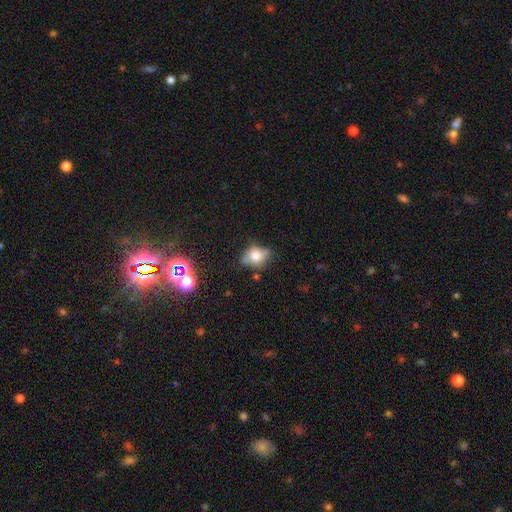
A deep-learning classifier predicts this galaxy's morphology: smooth 66%, featured or disk 22%, star or artifact 12%. Down the decision tree: how rounded — in between (59%); merging — none (55%).